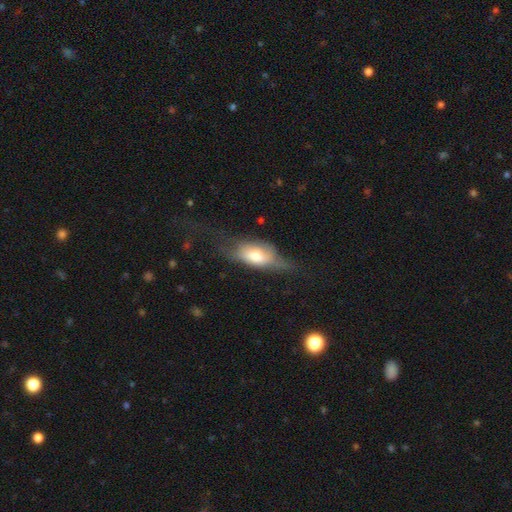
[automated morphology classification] This appears to be a smooth galaxy with no disk features (62%) that is in between round and cigar-shaped (82%). Merging: none (35%).